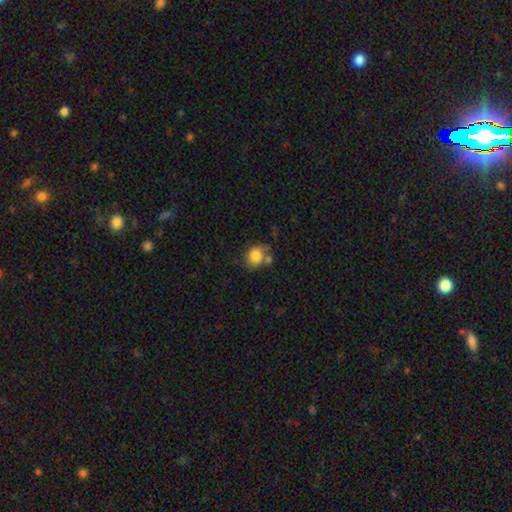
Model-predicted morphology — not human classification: Overall: smooth (83%). How rounded: round (55%; in between 44%). Merging: none (53%; merger 21%).